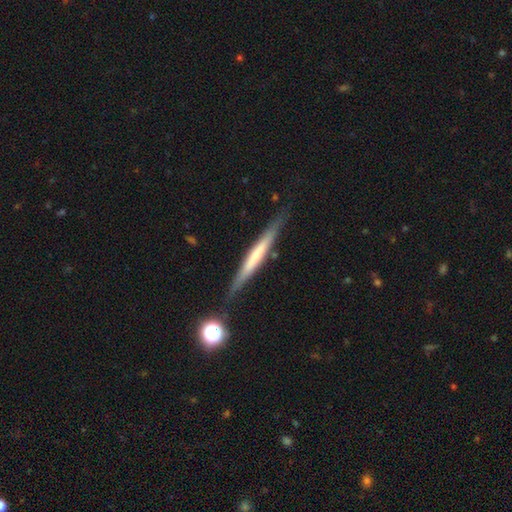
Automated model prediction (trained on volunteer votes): This appears to be a featured or disk galaxy (50%). Merging: none (84%).